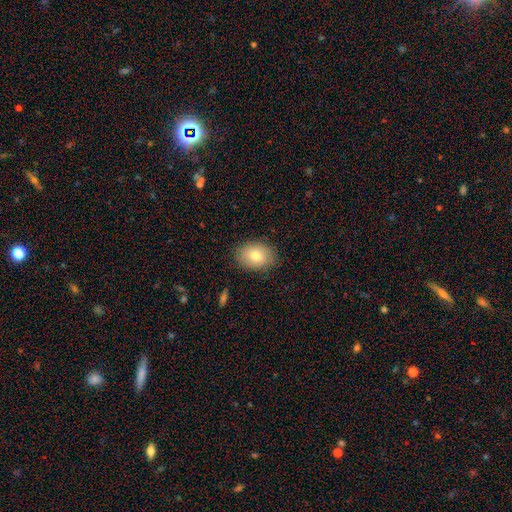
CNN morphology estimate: Q: Smooth or featured?
A: smooth (76%); runner-up: featured or disk (15%)
Q: How rounded?
A: in between (75%); runner-up: round (24%)
Q: Merging?
A: none (84%); runner-up: minor disturbance (12%)